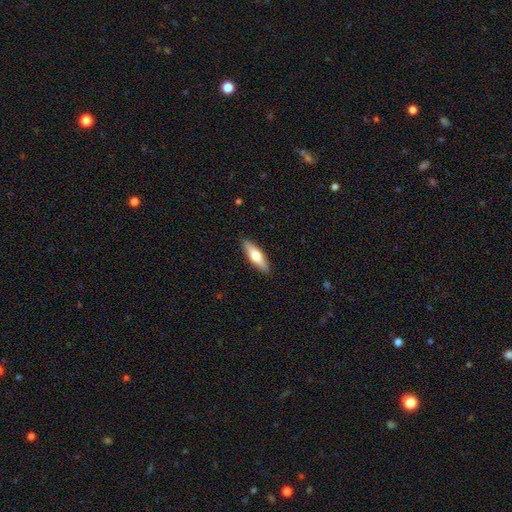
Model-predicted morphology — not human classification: The model was most divided on "smooth or featured": smooth: 56%, featured or disk: 39%, star or artifact: 5%. More confident: merging — none (90%); how rounded — cigar-shaped (62%).